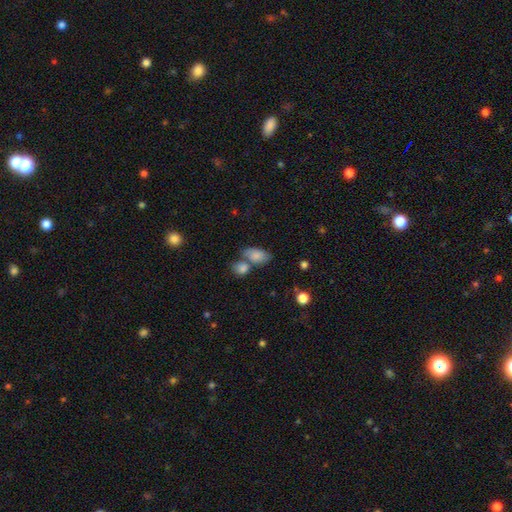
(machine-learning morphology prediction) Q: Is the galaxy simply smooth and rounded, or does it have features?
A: smooth — 81%.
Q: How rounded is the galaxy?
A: in between — 88%.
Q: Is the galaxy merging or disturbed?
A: none — 43%.